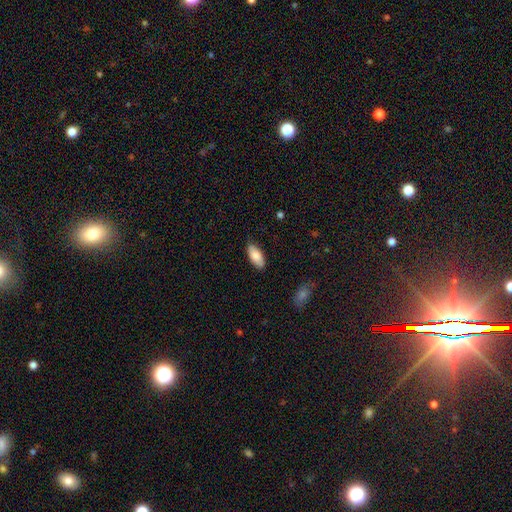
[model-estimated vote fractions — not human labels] Overall: smooth (83%). How rounded: in between (89%). Merging: none (81%).